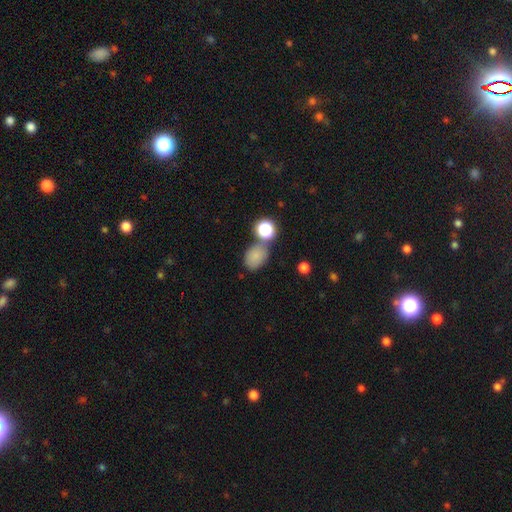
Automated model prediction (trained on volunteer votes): smooth_or_featured: smooth (p=0.78) [alt: star or artifact p=0.14]
how_rounded: in between (p=0.69) [alt: round p=0.30]
merging: none (p=0.60) [alt: merger p=0.19]